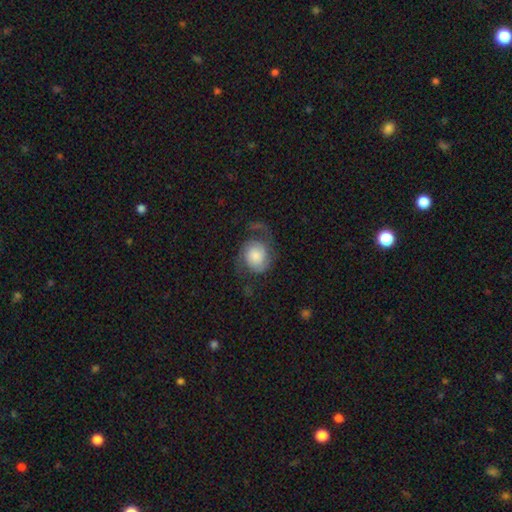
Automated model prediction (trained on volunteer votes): This is likely a featured or disk galaxy (66%). It is clearly not viewed edge-on (98%). Bar: likely no (76%). Spiral arm pattern: clearly yes (93%). Spiral arm count: clearly 2 (87%). Spiral winding: marginally medium (40%, tied with loose). Central bulge: marginally large (30%). Merging: possibly none (57%).